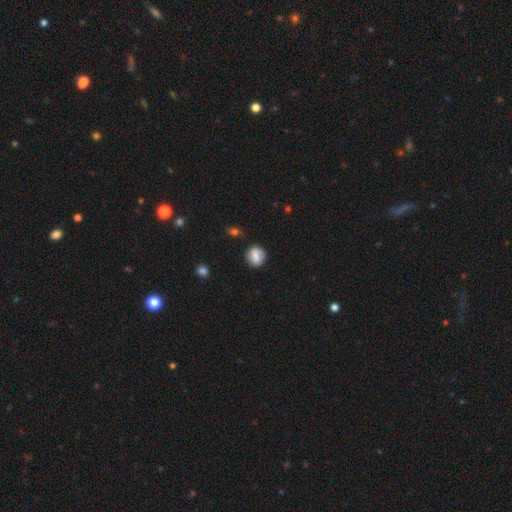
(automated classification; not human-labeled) A smooth galaxy with no disk features (74%) that is round (73%).

Vote fractions:
- Smooth or featured? smooth: 74% / featured or disk: 18% / star or artifact: 9%
- How rounded? round: 73% / in between: 25% / cigar-shaped: 2%
- Merging? none: 80% / minor disturbance: 13% / major disturbance: 4% / merger: 3%